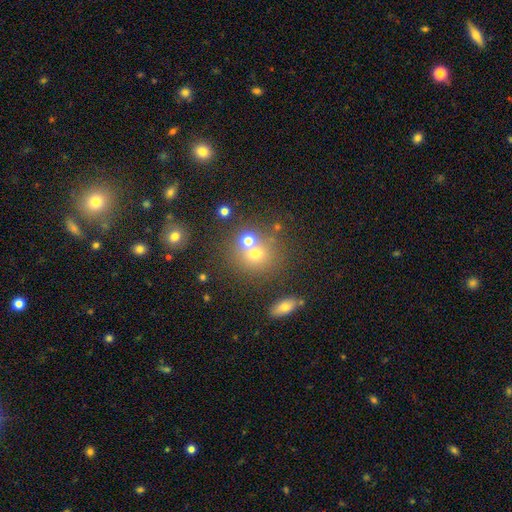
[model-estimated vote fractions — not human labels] Morphology: type=smooth (56%); roundness=round (82%); merging=none (52%).